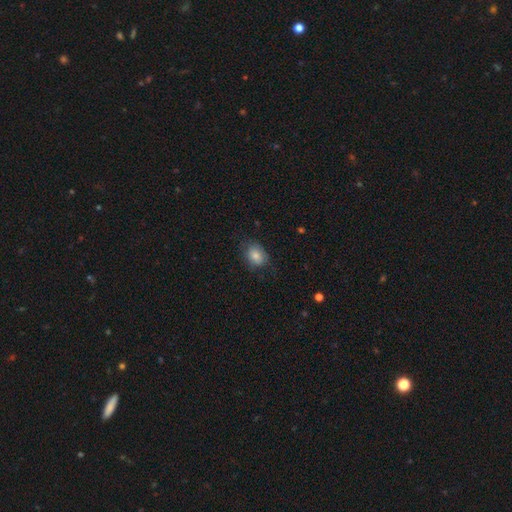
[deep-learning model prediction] The model was most divided on "how rounded": in between: 60%, round: 39%, cigar-shaped: 1%. More confident: smooth or featured — smooth (82%); merging — none (70%).